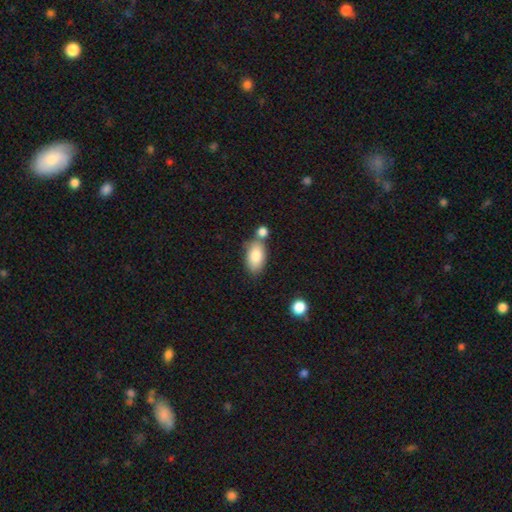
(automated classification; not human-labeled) Smooth or featured?
  - smooth: 83% *
  - featured or disk: 10%
  - star or artifact: 7%
How rounded?
  - in between: 92% *
  - round: 5%
  - cigar-shaped: 2%
Merging?
  - none: 56% *
  - merger: 25%
  - minor disturbance: 15%
  - major disturbance: 4%